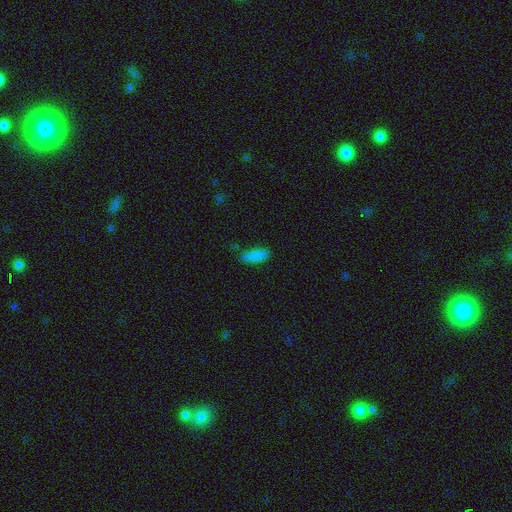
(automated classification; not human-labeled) Morphology: type=smooth (86%); roundness=in between (78%); merging=none (77%).